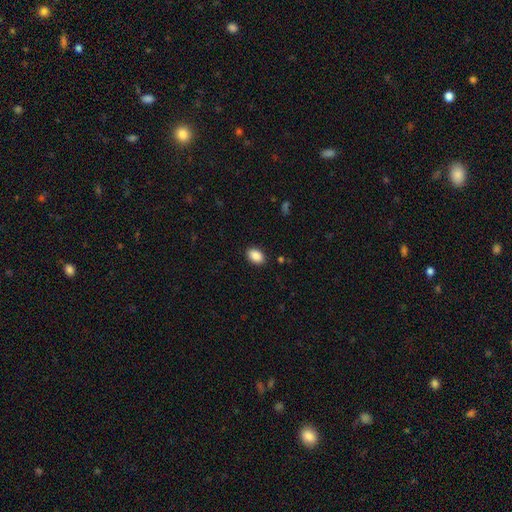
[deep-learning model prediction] Smooth or featured?
  - smooth: 90% *
  - star or artifact: 7%
  - featured or disk: 3%
How rounded?
  - in between: 86% *
  - round: 13%
  - cigar-shaped: 1%
Merging?
  - none: 89% *
  - minor disturbance: 8%
  - major disturbance: 2%
  - merger: 1%